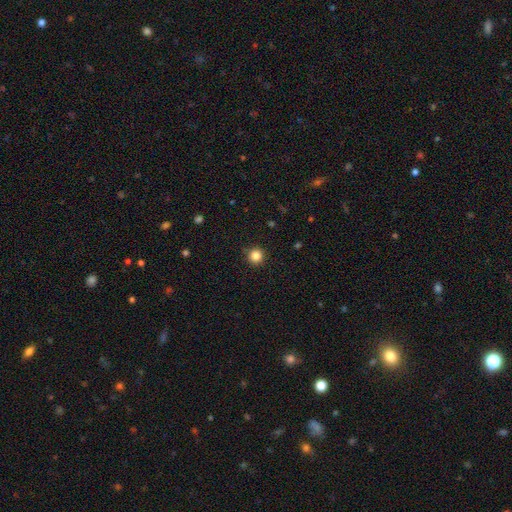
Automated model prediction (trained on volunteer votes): Smooth or featured: smooth — 84% (star or artifact — 12%)
How rounded: round — 95% (in between — 4%)
Merging: none — 91% (minor disturbance — 7%)